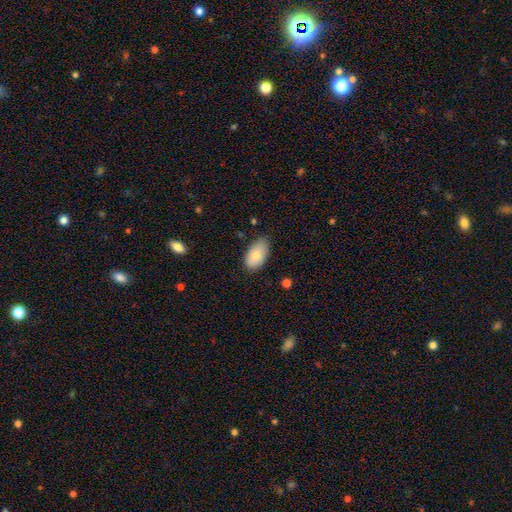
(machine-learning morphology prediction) smooth-or-featured: smooth: 77% | featured or disk: 16% | star or artifact: 7%
  how-rounded: in between: 93% | round: 5% | cigar-shaped: 1%
  merging: none: 73% | minor disturbance: 23% | major disturbance: 3% | merger: 1%